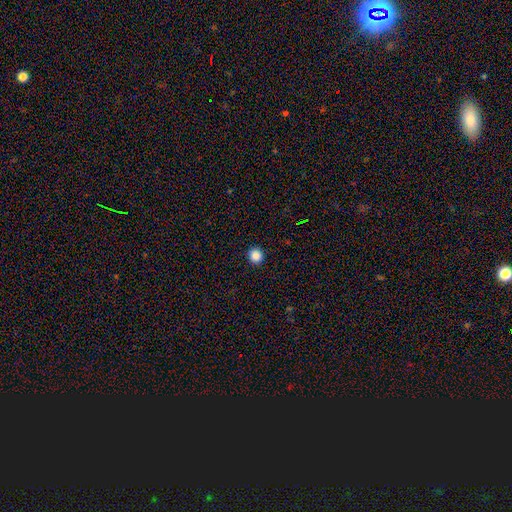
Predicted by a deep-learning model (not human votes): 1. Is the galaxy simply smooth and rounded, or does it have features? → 86% smooth, 11% star or artifact, 3% featured or disk.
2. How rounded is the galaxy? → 95% round, 4% in between, 1% cigar-shaped.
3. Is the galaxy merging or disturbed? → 93% none, 4% minor disturbance, 1% major disturbance, 1% merger.